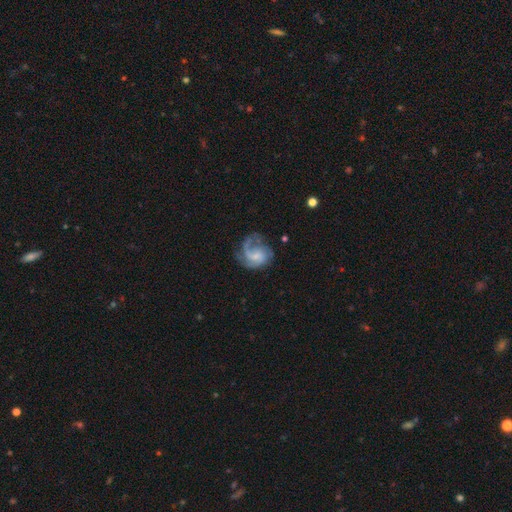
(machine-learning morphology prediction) The model was most divided on "spiral arm count": 2: 39%, 1: 29%, can't tell: 14%, 3: 13%, 4: 3%, more than 4: 3%. Remaining: edge-on disk — no (98%); spiral arms — yes (91%); smooth or featured — featured or disk (75%); bar — no (59%); merging — none (48%); bulge size — small (47%); spiral winding — medium (45%).